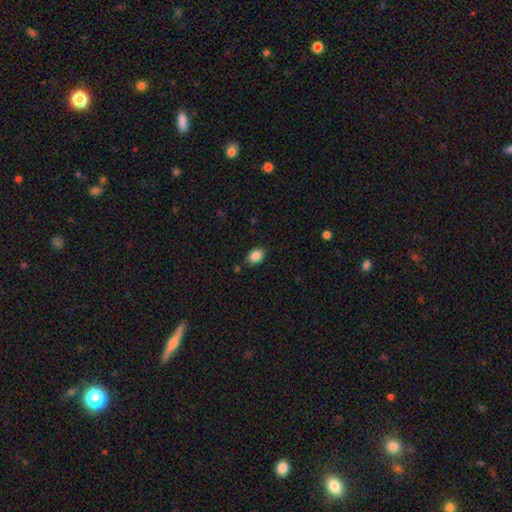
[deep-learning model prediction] smooth-or-featured: smooth: 87% | star or artifact: 9% | featured or disk: 5%
  how-rounded: in between: 72% | round: 27% | cigar-shaped: 1%
  merging: none: 82% | minor disturbance: 13% | merger: 3% | major disturbance: 3%